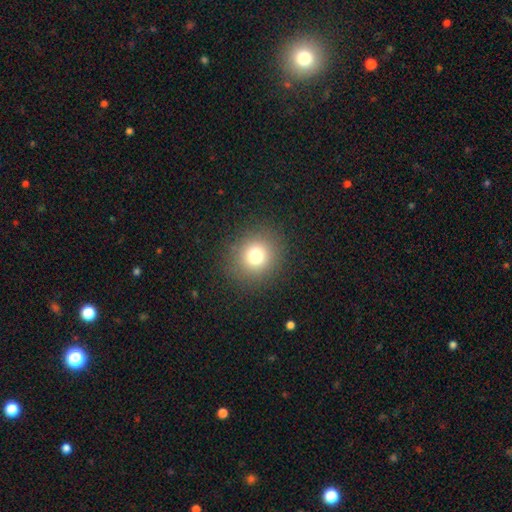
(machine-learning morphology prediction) smooth-or-featured: smooth: 75% | star or artifact: 16% | featured or disk: 9%
  how-rounded: round: 87% | in between: 12% | cigar-shaped: 1%
  merging: none: 89% | minor disturbance: 7% | major disturbance: 4% | merger: 1%